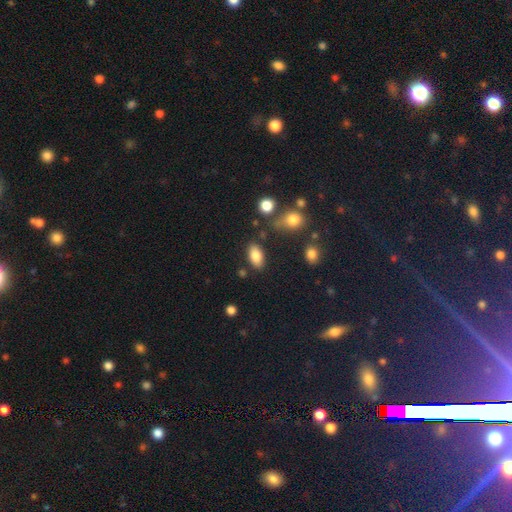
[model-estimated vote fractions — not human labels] Smooth or featured: smooth — 82% (featured or disk — 9%)
How rounded: in between — 91% (round — 5%)
Merging: none — 80% (minor disturbance — 12%)